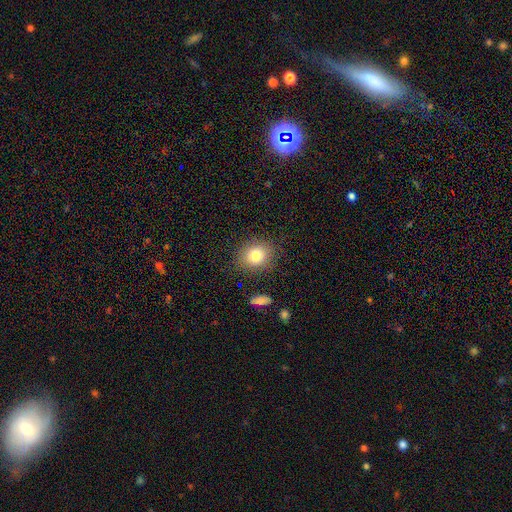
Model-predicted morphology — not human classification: A smooth galaxy with no disk features (79%) that is round (59%).

Vote fractions:
- Smooth or featured? smooth: 79% / star or artifact: 10% / featured or disk: 10%
- How rounded? round: 59% / in between: 40% / cigar-shaped: 1%
- Merging? none: 84% / minor disturbance: 10% / major disturbance: 4% / merger: 2%